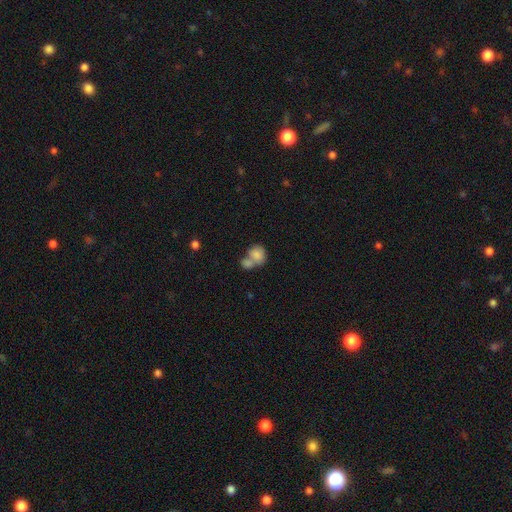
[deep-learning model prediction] Morphology: type=smooth (81%); roundness=round (59%); merging=merger (63%).